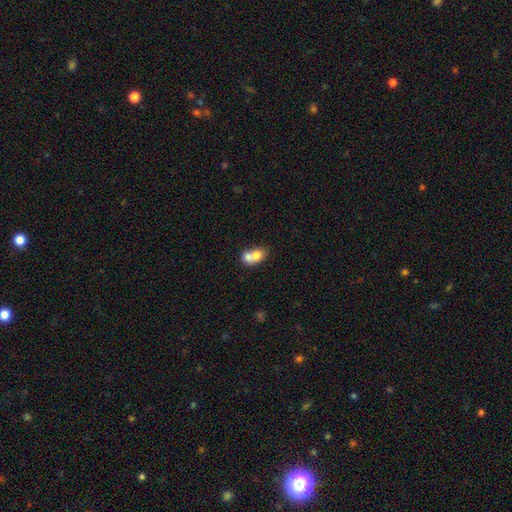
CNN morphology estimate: This is likely a smooth galaxy (69%). How rounded: likely in between (61%). Merging: likely merger (72%).